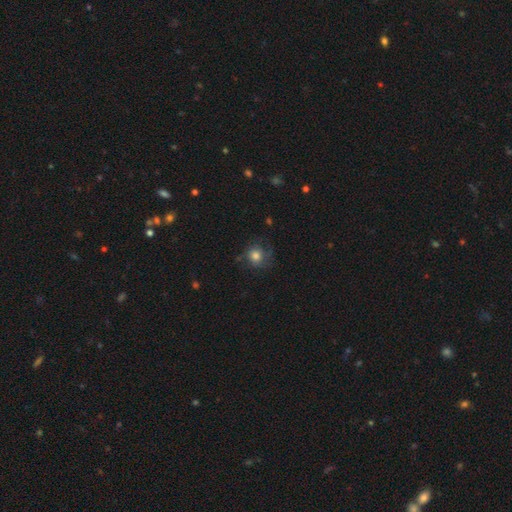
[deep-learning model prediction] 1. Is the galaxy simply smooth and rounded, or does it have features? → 71% smooth, 18% featured or disk, 11% star or artifact.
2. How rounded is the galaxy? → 85% round, 14% in between, 1% cigar-shaped.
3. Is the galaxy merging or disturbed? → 63% none, 21% minor disturbance, 14% major disturbance, 2% merger.